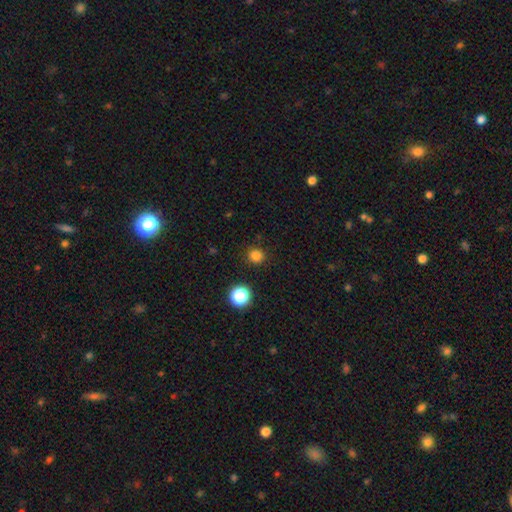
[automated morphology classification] This appears to be a smooth galaxy with no disk features (81%) that is round (88%). Merging: none (90%).